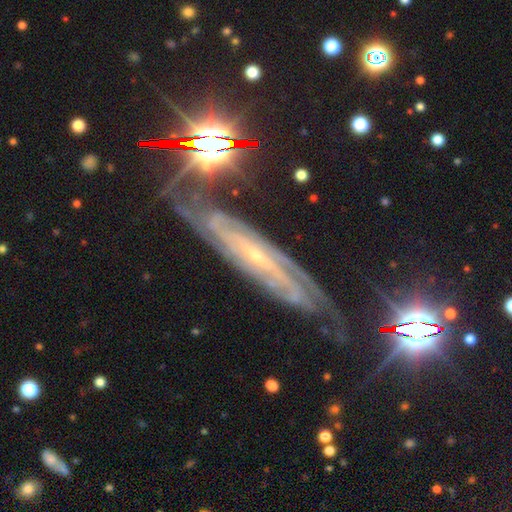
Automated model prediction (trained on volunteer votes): This appears to be a featured or disk galaxy (81%) with no bar (46%), tight (68%) spiral arms (97%) and a small central bulge (85%). Merging: none (77%).